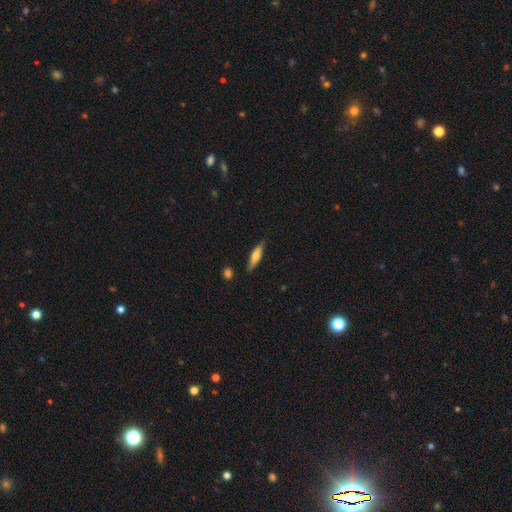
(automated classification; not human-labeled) Overall: smooth (56%; featured or disk 38%). How rounded: cigar-shaped (70%). Merging: none (82%).